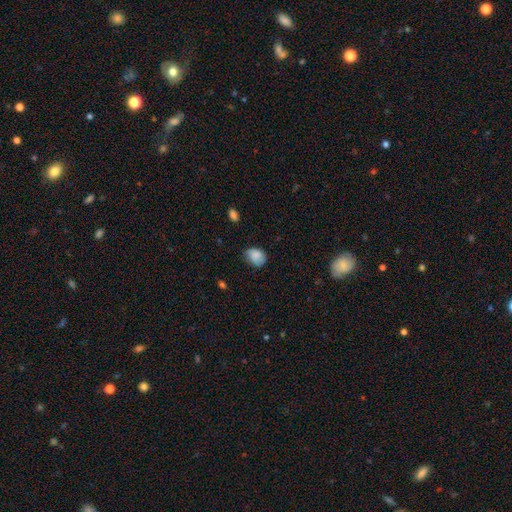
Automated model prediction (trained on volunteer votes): Smooth or featured? Predicted: smooth (p=0.81). How rounded? Predicted: in between (p=0.58). Merging? Predicted: none (p=0.61).